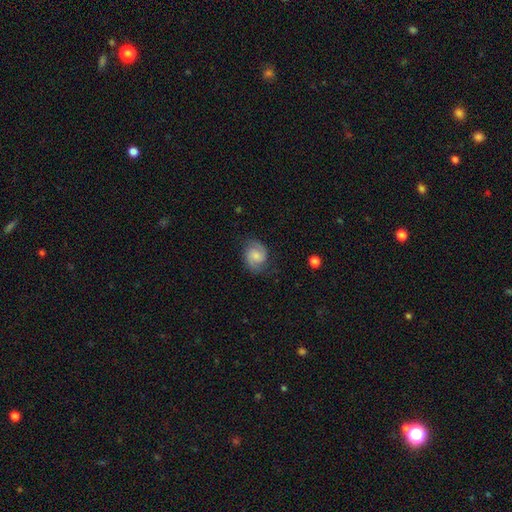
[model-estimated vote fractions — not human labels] This appears to be a featured or disk galaxy (70%) with no bar (47%), 2 (90%) medium (50%) spiral arms (96%) and a small central bulge (41%). Merging: none (78%).